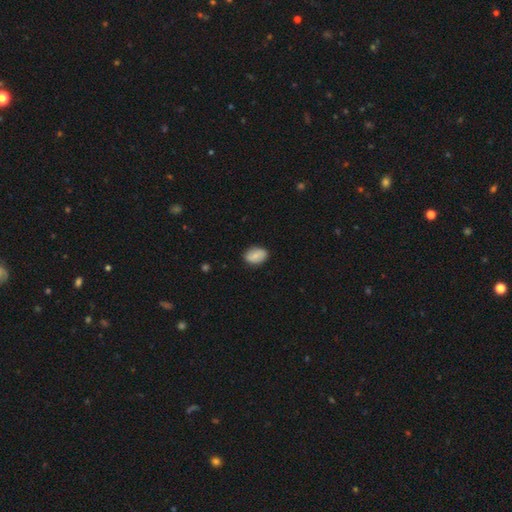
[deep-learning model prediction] Smooth or featured? Predicted: smooth (p=0.74). How rounded? Predicted: in between (p=0.84). Merging? Predicted: none (p=0.84).